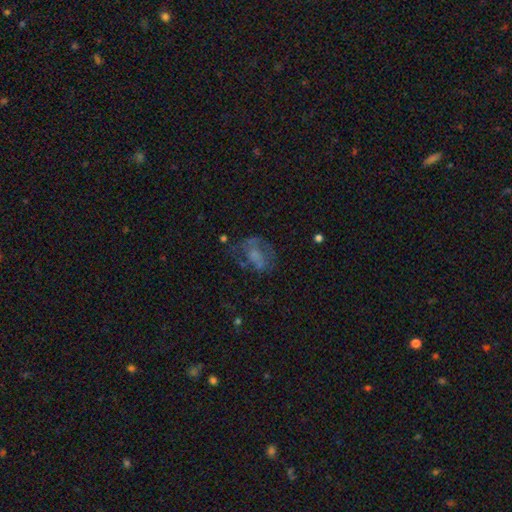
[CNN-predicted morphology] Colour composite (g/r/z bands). It shows a featured or disk galaxy (50%). Merging: none (42%).